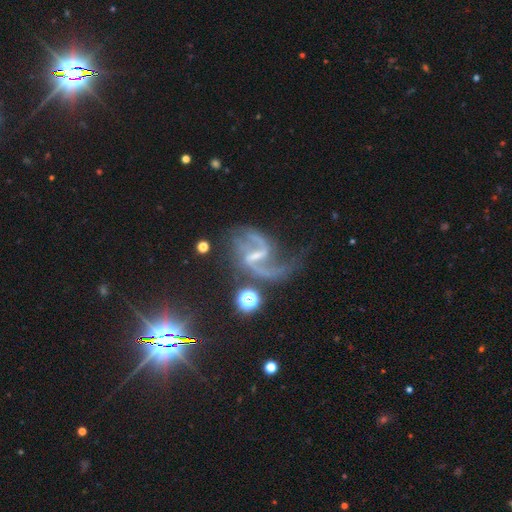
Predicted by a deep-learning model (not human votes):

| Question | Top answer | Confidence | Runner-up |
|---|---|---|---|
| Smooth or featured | featured or disk | 89% | star or artifact (8%) |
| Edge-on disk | no | 98% | yes (2%) |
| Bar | weak | 46% | strong (42%) |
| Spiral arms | yes | 97% | no (3%) |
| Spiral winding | loose | 66% | medium (28%) |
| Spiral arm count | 2 | 87% | 1 (4%) |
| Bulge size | small | 54% | none (24%) |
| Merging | none | 49% | major disturbance (26%) |